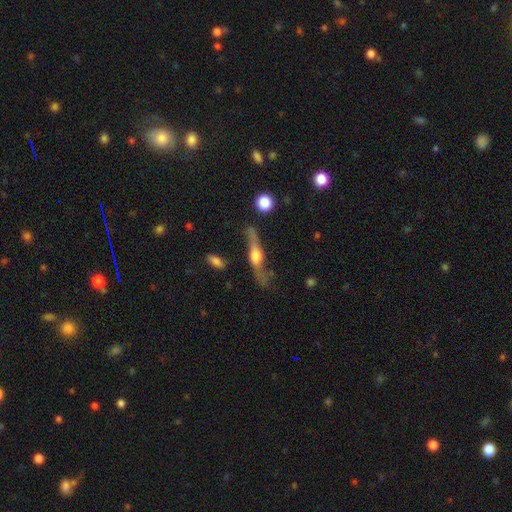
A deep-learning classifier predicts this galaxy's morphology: Smooth or featured? Predicted: featured or disk (p=0.66). Edge-on disk? Predicted: yes (p=0.82). Edge-on bulge? Predicted: rounded (p=0.85). Merging? Predicted: none (p=0.53).